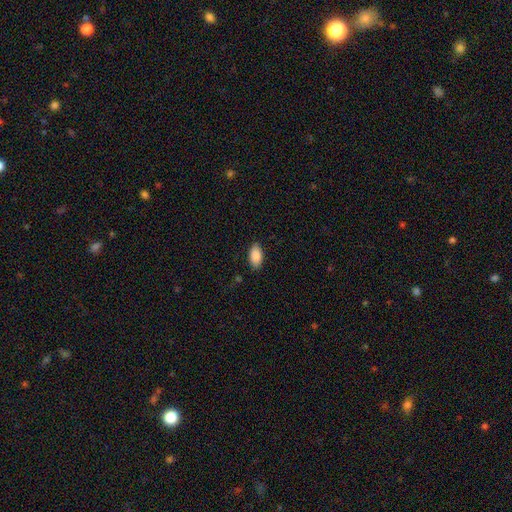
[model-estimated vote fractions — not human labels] Q: Smooth or featured?
A: smooth (89%); runner-up: star or artifact (7%)
Q: How rounded?
A: in between (94%); runner-up: cigar-shaped (3%)
Q: Merging?
A: none (86%); runner-up: minor disturbance (10%)